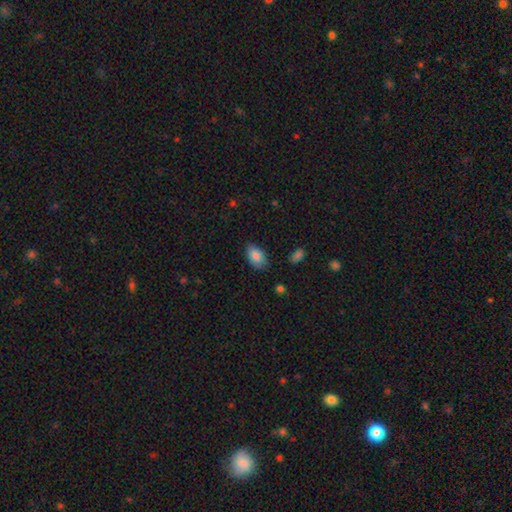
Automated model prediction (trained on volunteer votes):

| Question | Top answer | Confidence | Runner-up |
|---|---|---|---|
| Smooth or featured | smooth | 85% | star or artifact (7%) |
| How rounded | in between | 92% | round (6%) |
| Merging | none | 77% | minor disturbance (18%) |